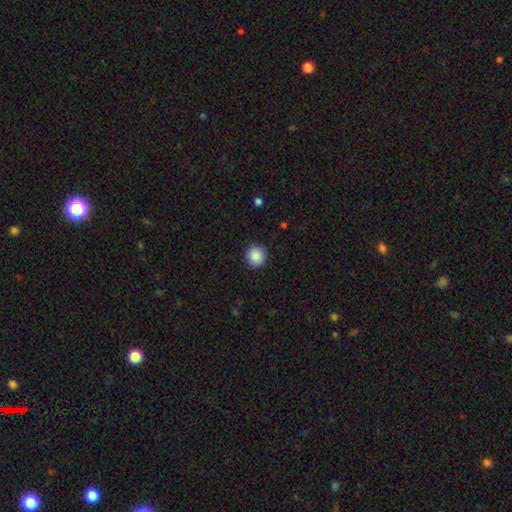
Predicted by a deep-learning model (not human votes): A smooth galaxy with no disk features (89%) that is round (94%). Merging: none (91%).